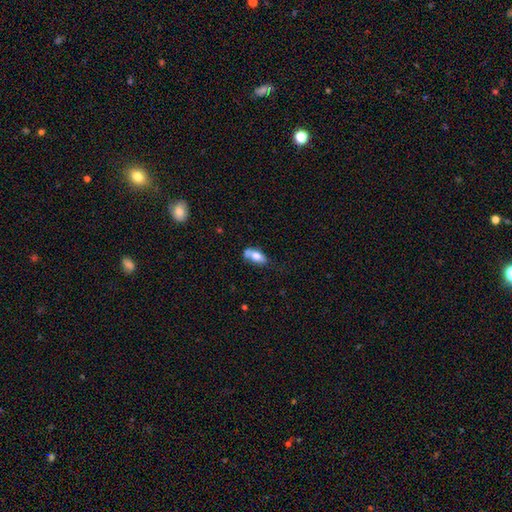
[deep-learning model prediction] Smooth or featured? smooth (66%)
How rounded? in between (85%)
Merging? none (46%)